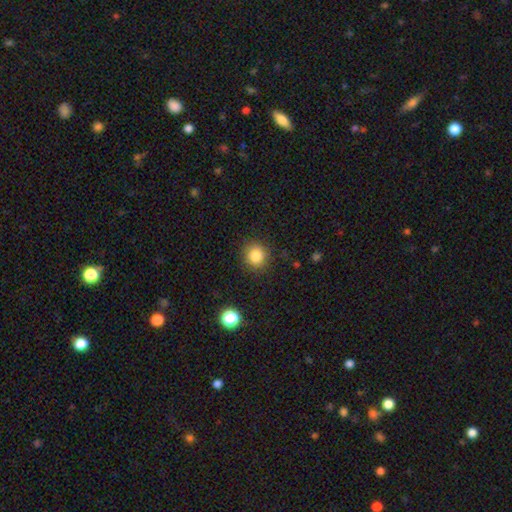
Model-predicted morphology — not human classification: A smooth galaxy with no disk features (84%) that is round (89%). Merging: none (88%).